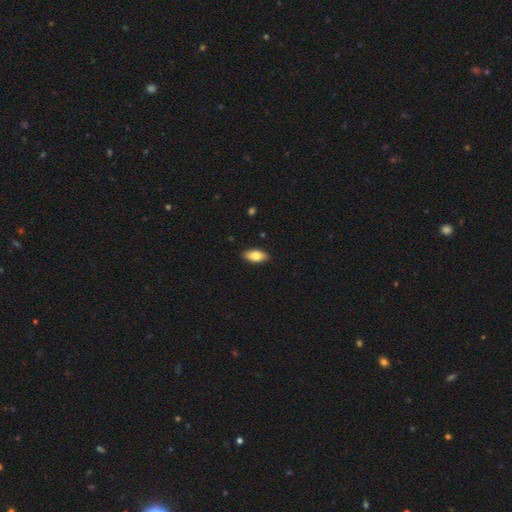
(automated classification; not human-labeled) Smooth or featured? Predicted: smooth (p=0.79). How rounded? Predicted: in between (p=0.89). Merging? Predicted: none (p=0.89).